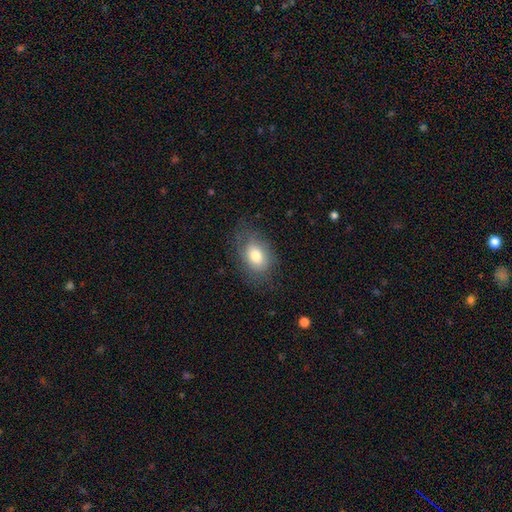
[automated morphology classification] Smooth or featured? smooth (72%)
How rounded? in between (82%)
Merging? none (69%)